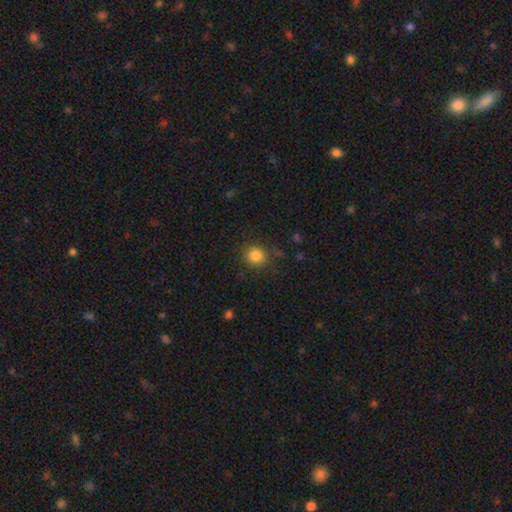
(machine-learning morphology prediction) Smooth or featured? smooth (84%)
How rounded? round (84%)
Merging? none (85%)